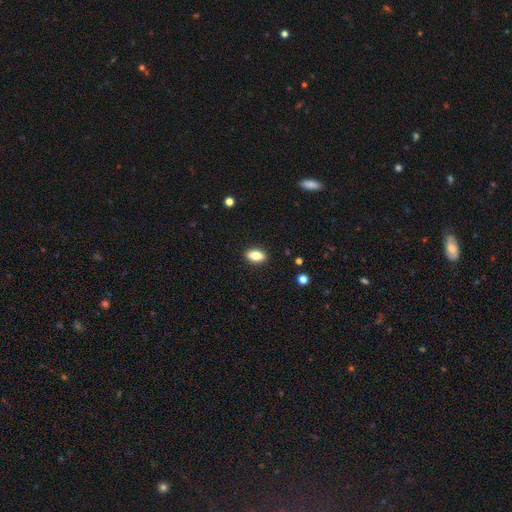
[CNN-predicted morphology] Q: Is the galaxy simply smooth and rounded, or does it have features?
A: smooth — 78%.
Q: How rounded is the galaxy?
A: in between — 86%.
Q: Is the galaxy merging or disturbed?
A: none — 89%.